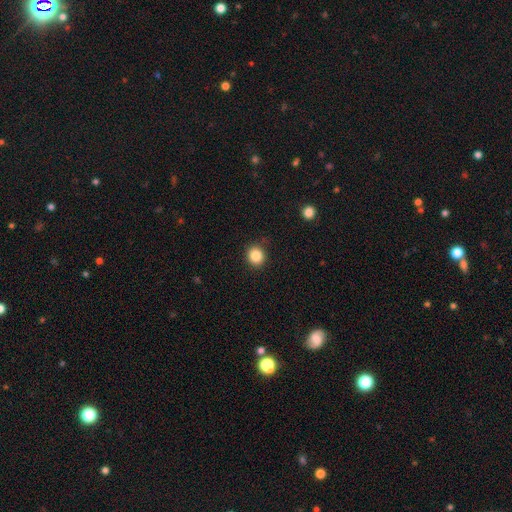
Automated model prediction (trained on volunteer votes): Q: Smooth or featured?
A: smooth (86%); runner-up: star or artifact (10%)
Q: How rounded?
A: round (87%); runner-up: in between (12%)
Q: Merging?
A: none (89%); runner-up: minor disturbance (8%)